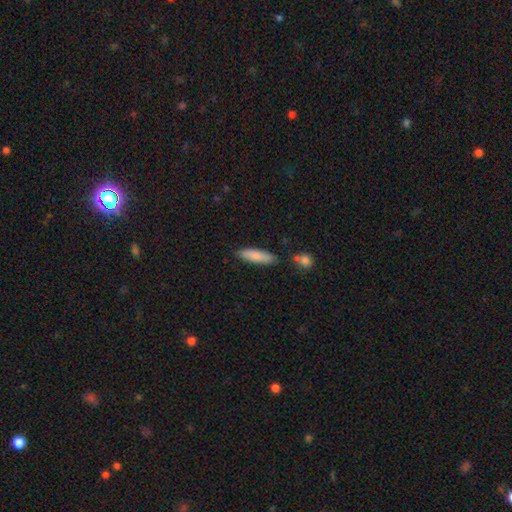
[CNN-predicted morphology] A smooth galaxy with no disk features (84%) that is cigar-shaped (60%).

Vote fractions:
- Smooth or featured? smooth: 84% / featured or disk: 10% / star or artifact: 6%
- How rounded? cigar-shaped: 60% / in between: 38% / round: 2%
- Merging? none: 82% / minor disturbance: 12% / merger: 3% / major disturbance: 2%